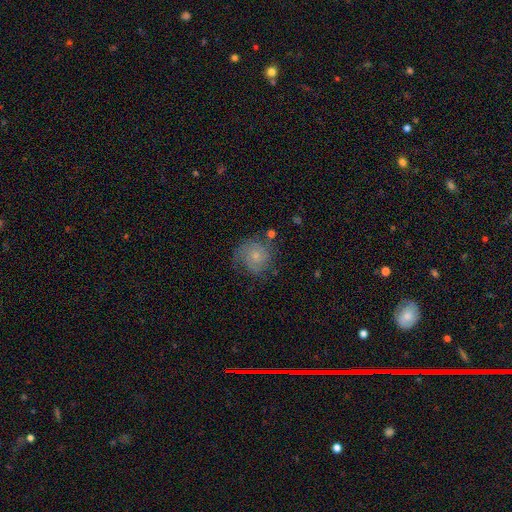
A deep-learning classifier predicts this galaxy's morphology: Overall: featured or disk (49%; smooth 42%). Merging: none (62%; minor disturbance 23%).